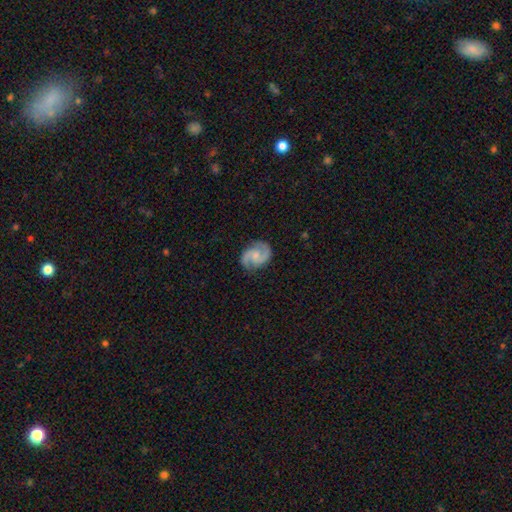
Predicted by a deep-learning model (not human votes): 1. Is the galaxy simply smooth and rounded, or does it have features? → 87% featured or disk, 8% smooth, 5% star or artifact.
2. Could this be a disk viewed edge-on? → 98% no, 2% yes.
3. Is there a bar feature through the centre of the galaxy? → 54% no, 40% weak, 7% strong.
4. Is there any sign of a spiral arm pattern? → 98% yes, 2% no.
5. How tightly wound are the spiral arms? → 58% medium, 21% loose, 21% tight.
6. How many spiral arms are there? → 93% 2, 2% can't tell, 1% 3, 1% 1, 1% 4, 1% more than 4.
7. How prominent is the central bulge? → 46% small, 33% moderate, 17% none, 2% large, 1% dominant.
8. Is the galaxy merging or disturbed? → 82% none, 13% minor disturbance, 4% major disturbance, 1% merger.